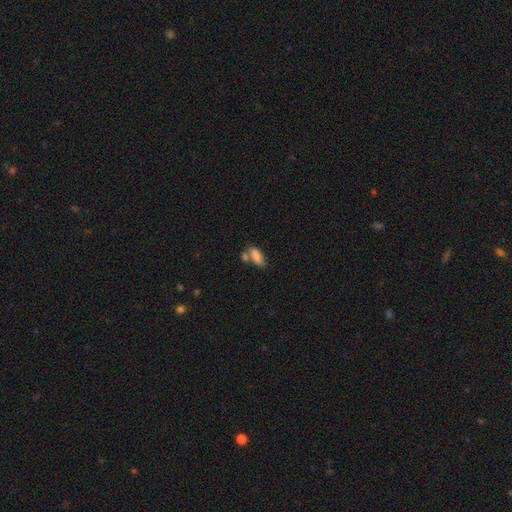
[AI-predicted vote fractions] The model was most divided on "merging": merger: 41%, none: 37%, minor disturbance: 15%, major disturbance: 7%. More confident: how rounded — in between (84%); smooth or featured — smooth (81%).